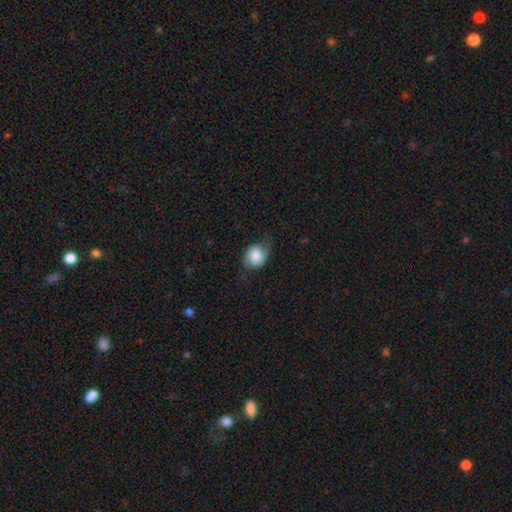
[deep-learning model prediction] The model was most divided on "how rounded": round: 58%, in between: 41%, cigar-shaped: 1%. More confident: smooth or featured — smooth (72%); merging — none (52%).